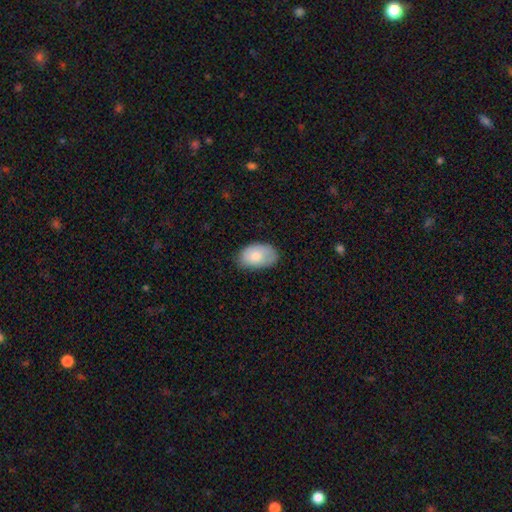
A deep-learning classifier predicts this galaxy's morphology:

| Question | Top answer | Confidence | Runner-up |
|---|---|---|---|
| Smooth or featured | smooth | 77% | featured or disk (17%) |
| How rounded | in between | 92% | round (7%) |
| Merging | none | 73% | minor disturbance (22%) |